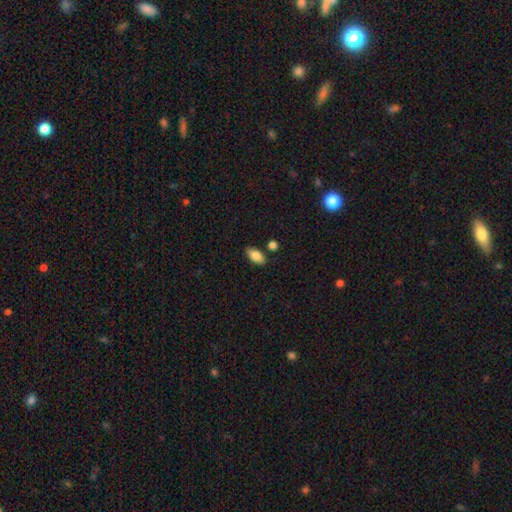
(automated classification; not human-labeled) This appears to be a smooth galaxy with no disk features (85%) that is in between round and cigar-shaped (92%). Merging: none (83%).